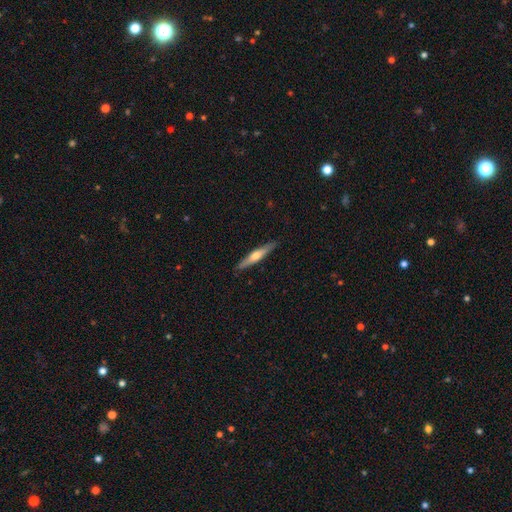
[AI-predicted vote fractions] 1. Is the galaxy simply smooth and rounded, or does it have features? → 52% featured or disk, 43% smooth, 5% star or artifact.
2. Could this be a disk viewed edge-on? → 94% yes, 6% no.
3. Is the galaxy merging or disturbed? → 89% none, 8% minor disturbance, 2% major disturbance, 1% merger.